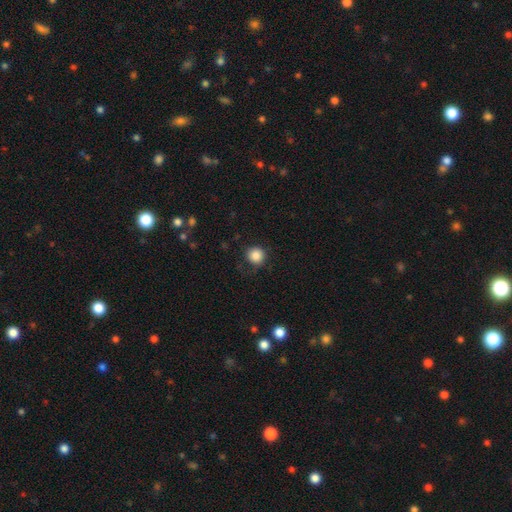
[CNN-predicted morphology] Smooth or featured?
  - smooth: 86% *
  - star or artifact: 10%
  - featured or disk: 4%
How rounded?
  - round: 93% *
  - in between: 6%
  - cigar-shaped: 1%
Merging?
  - none: 81% *
  - minor disturbance: 13%
  - major disturbance: 4%
  - merger: 1%